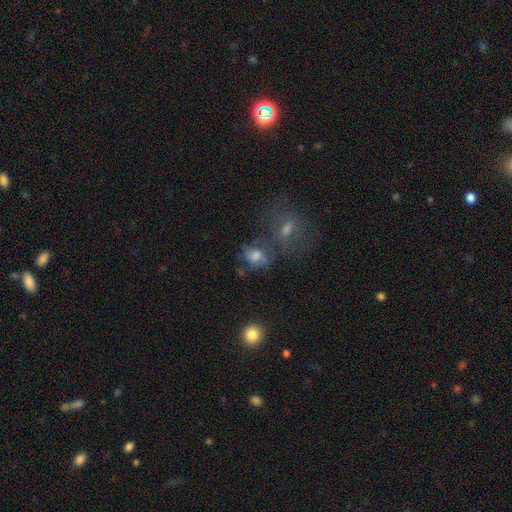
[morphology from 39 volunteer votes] This appears to be a smooth galaxy with no disk features (64%) that is in between round and cigar-shaped (52%). Merging: merger (31%).